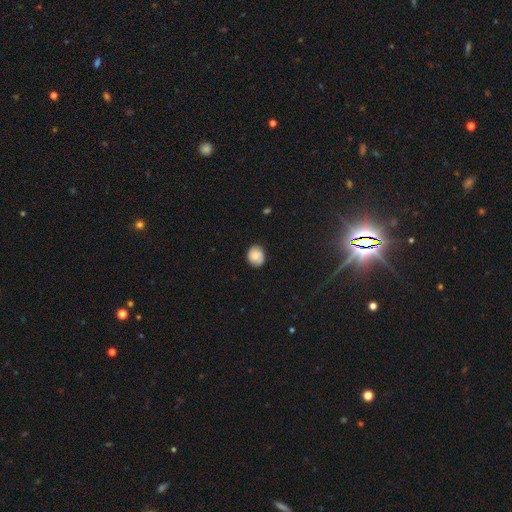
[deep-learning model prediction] Overall: smooth (80%). How rounded: round (70%). Merging: none (79%).